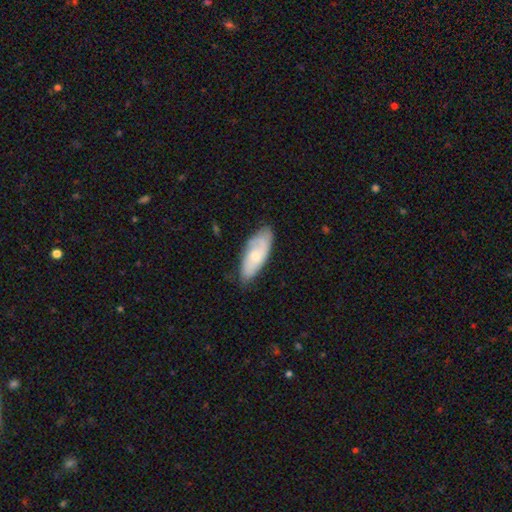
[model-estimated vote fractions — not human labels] This appears to be a featured or disk galaxy (53%). Merging: none (70%).